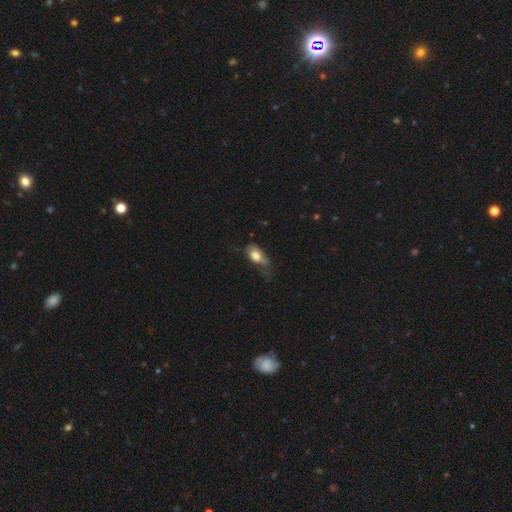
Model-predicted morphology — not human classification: Smooth or featured? smooth (74%)
How rounded? in between (83%)
Merging? major disturbance (36%)